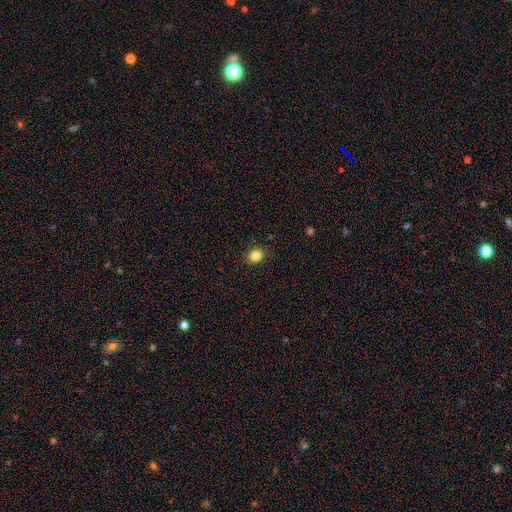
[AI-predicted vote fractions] The model was most divided on "how rounded": round: 70%, in between: 29%, cigar-shaped: 1%. More confident: merging — none (88%); smooth or featured — smooth (84%).